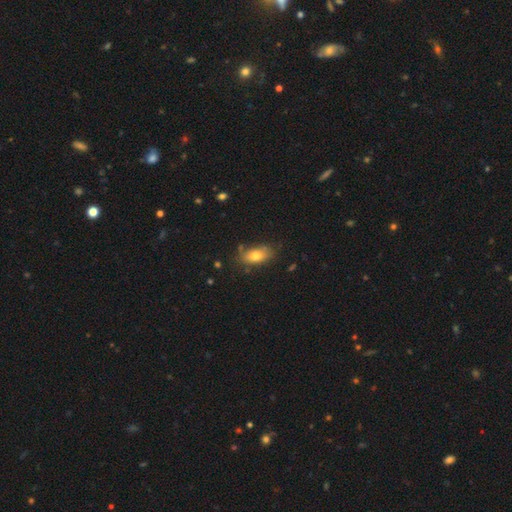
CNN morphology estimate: Smooth or featured? smooth (75%)
How rounded? in between (88%)
Merging? none (67%)